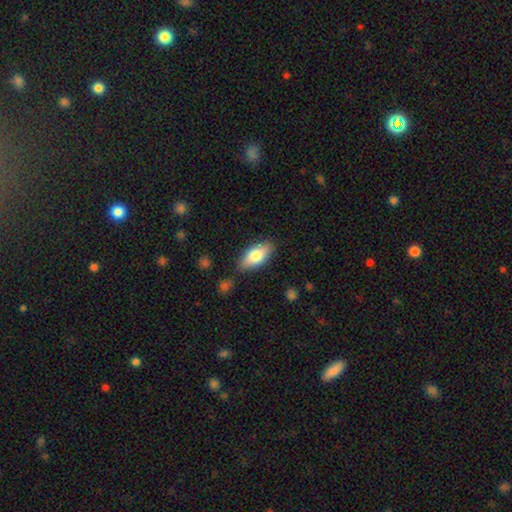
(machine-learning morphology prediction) This is likely a smooth galaxy (78%). How rounded: clearly in between (88%). Merging: likely none (80%).